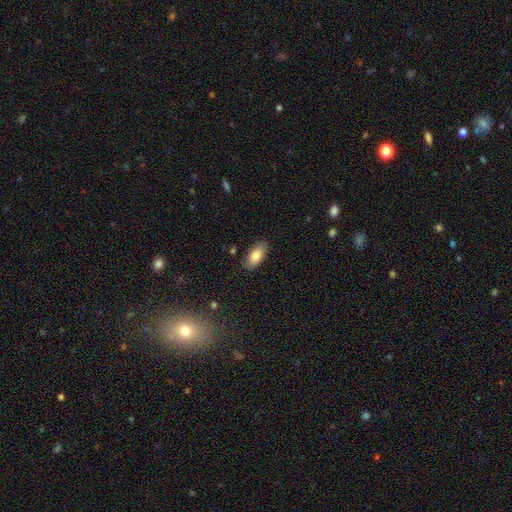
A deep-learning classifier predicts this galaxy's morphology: Q: Smooth or featured?
A: smooth (83%); runner-up: featured or disk (10%)
Q: How rounded?
A: in between (90%); runner-up: cigar-shaped (7%)
Q: Merging?
A: none (82%); runner-up: minor disturbance (13%)